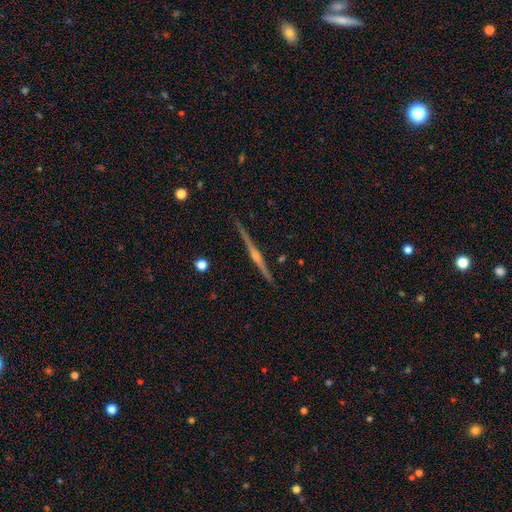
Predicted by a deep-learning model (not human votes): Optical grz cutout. It shows a featured or disk galaxy (85%) viewed edge-on (99%) with a rounded central bulge (82%). Merging: none (92%).